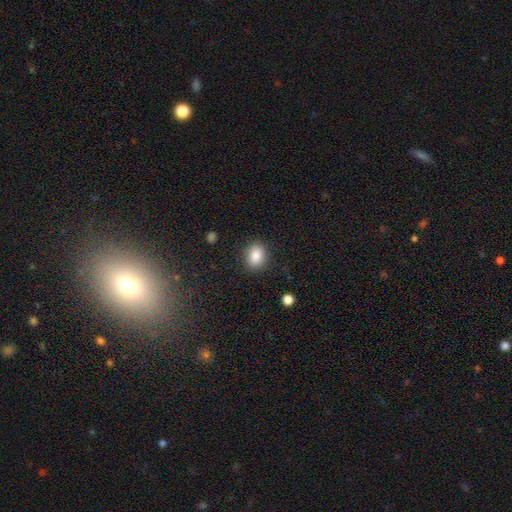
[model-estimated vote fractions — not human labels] Smooth or featured? smooth (87%)
How rounded? in between (58%)
Merging? none (87%)